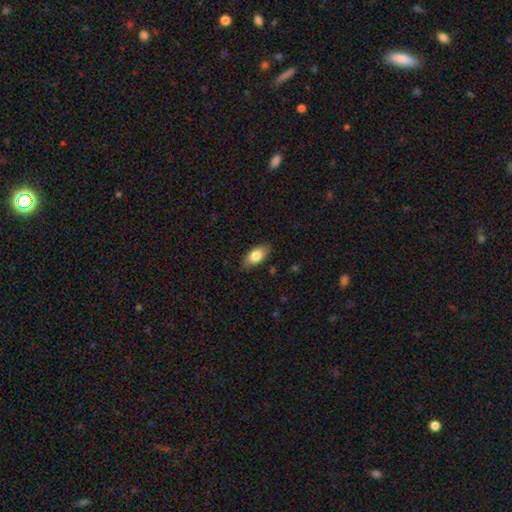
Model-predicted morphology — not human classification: Smooth or featured?
  - smooth: 82% *
  - featured or disk: 11%
  - star or artifact: 7%
How rounded?
  - in between: 91% *
  - cigar-shaped: 5%
  - round: 4%
Merging?
  - none: 85% *
  - minor disturbance: 12%
  - major disturbance: 3%
  - merger: 1%